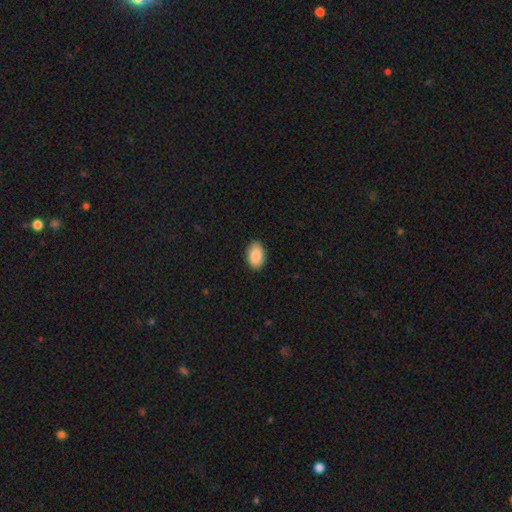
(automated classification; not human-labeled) Q: Smooth or featured?
A: smooth (90%); runner-up: star or artifact (6%)
Q: How rounded?
A: in between (92%); runner-up: round (7%)
Q: Merging?
A: none (87%); runner-up: minor disturbance (10%)